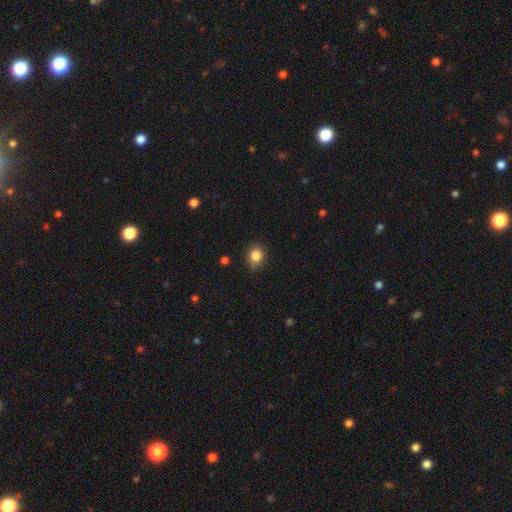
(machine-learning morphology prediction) Smooth or featured: smooth — 85% (star or artifact — 10%)
How rounded: round — 52% (in between — 47%)
Merging: none — 80% (minor disturbance — 16%)